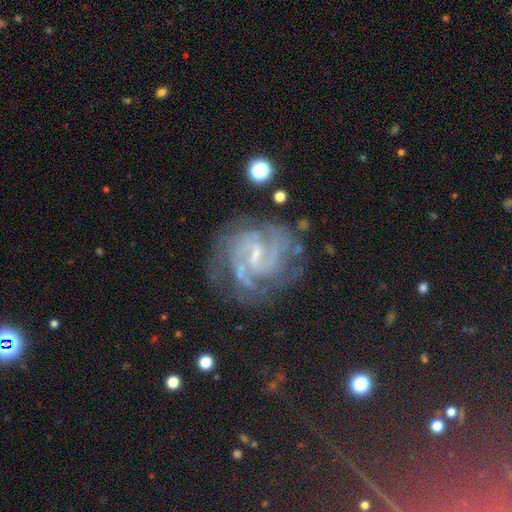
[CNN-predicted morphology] Smooth or featured? featured or disk (89%)
Edge-on disk? no (98%)
Bar? weak (58%)
Spiral arms? yes (97%)
Spiral winding? tight (50%)
Spiral arm count? 2 (40%)
Bulge size? small (69%)
Merging? none (70%)